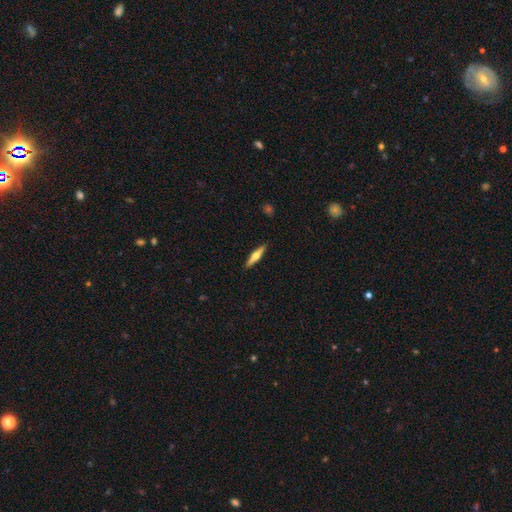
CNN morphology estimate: Smooth or featured? Predicted: featured or disk (p=0.55). Edge-on disk? Predicted: yes (p=0.96). Edge-on bulge? Predicted: rounded (p=0.92). Merging? Predicted: none (p=0.91).